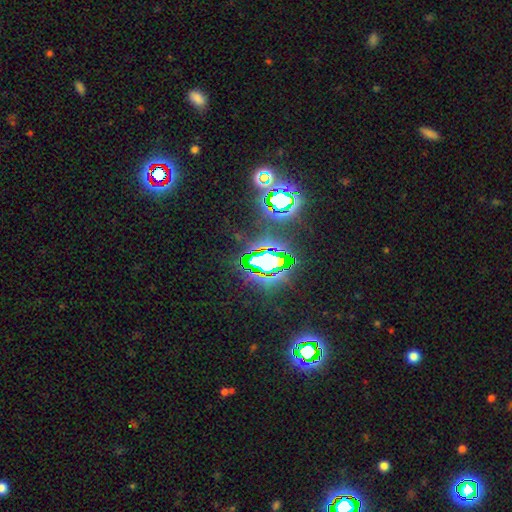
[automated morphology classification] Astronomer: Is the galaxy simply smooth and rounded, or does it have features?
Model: star or artifact — 80%.